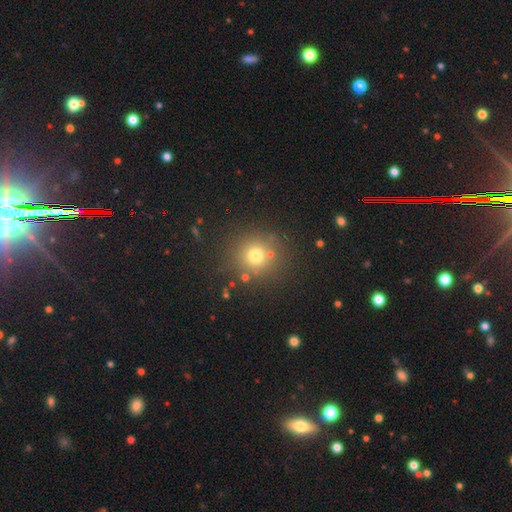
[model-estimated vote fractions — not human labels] smooth_or_featured: smooth (p=0.71) [alt: star or artifact p=0.19]
how_rounded: round (p=0.91) [alt: in between p=0.08]
merging: none (p=0.81) [alt: minor disturbance p=0.09]